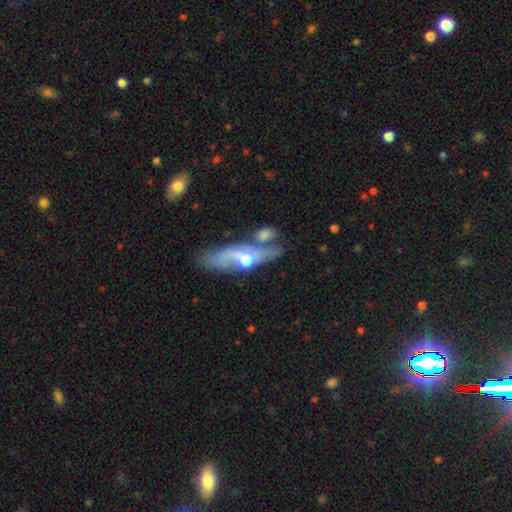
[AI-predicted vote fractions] Smooth or featured: featured or disk — 66% (smooth — 27%)
Edge-on disk: no — 56% (yes — 44%)
Merging: none — 56% (minor disturbance — 18%)